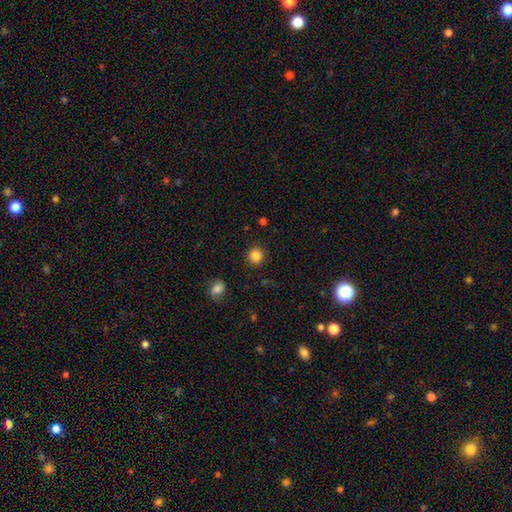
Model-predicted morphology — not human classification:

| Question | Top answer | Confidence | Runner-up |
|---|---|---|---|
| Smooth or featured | smooth | 85% | star or artifact (11%) |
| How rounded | round | 90% | in between (9%) |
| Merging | none | 90% | minor disturbance (6%) |